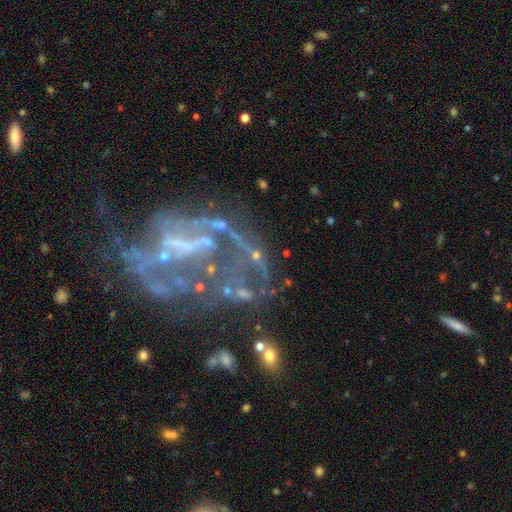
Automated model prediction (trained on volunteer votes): Smooth or featured? Predicted: featured or disk (p=0.56). Edge-on disk? Predicted: no (p=0.93). Bar? Predicted: no (p=0.61). Spiral arms? Predicted: no (p=0.66). Bulge size? Predicted: none (p=0.64). Merging? Predicted: none (p=0.42).